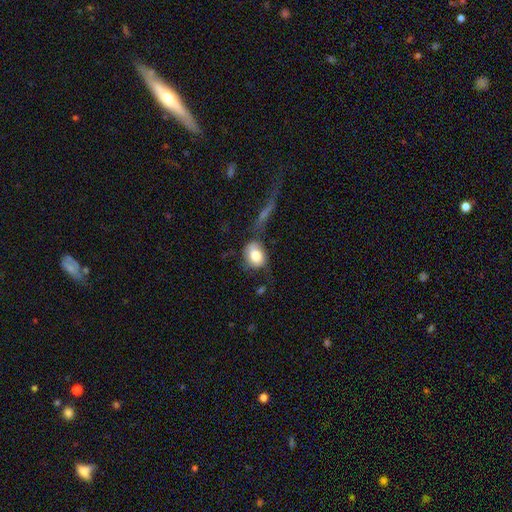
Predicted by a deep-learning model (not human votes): The model was most divided on "how rounded": in between: 52%, round: 46%, cigar-shaped: 2%. Remaining: smooth or featured — smooth (77%); merging — none (46%).